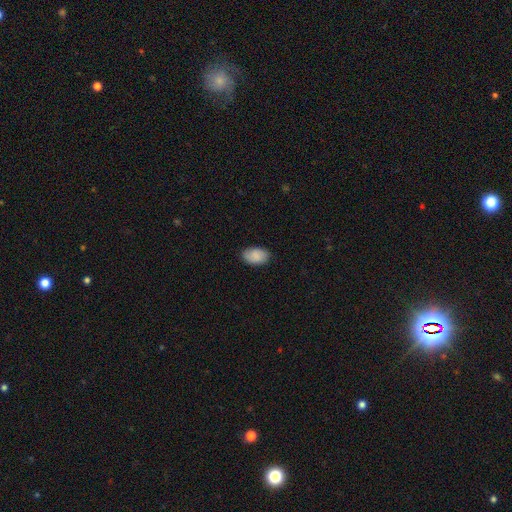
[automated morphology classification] A smooth galaxy with no disk features (88%) that is in between round and cigar-shaped (92%). Merging: none (84%).